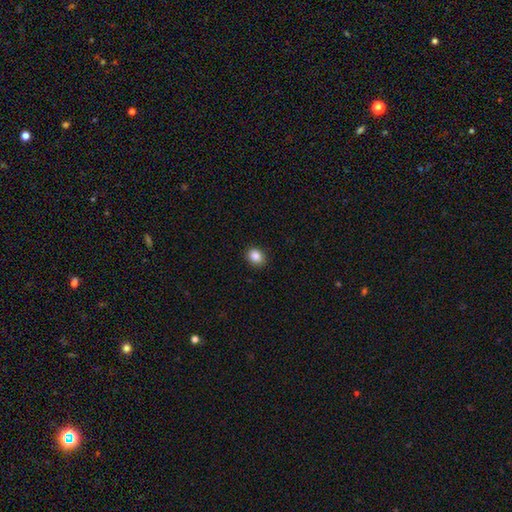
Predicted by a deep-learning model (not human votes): smooth-or-featured: smooth: 86% | star or artifact: 10% | featured or disk: 5%
  how-rounded: round: 53% | in between: 46% | cigar-shaped: 1%
  merging: none: 90% | minor disturbance: 7% | major disturbance: 2% | merger: 1%